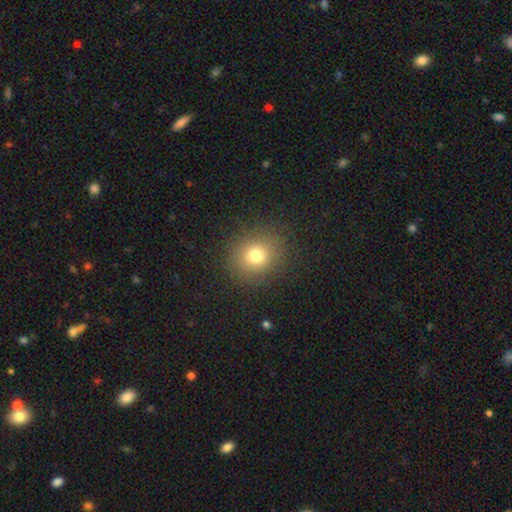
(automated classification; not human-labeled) The model was most divided on "smooth or featured": smooth: 74%, star or artifact: 16%, featured or disk: 10%. More confident: merging — none (87%); how rounded — round (82%).